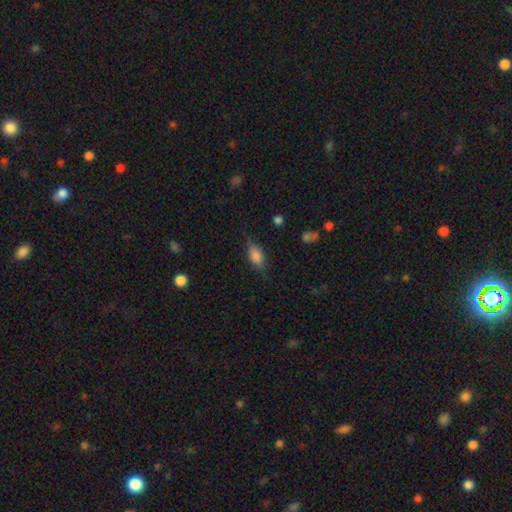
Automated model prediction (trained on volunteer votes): A smooth galaxy with no disk features (67%) that is in between round and cigar-shaped (78%).

Vote fractions:
- Smooth or featured? smooth: 67% / featured or disk: 24% / star or artifact: 9%
- How rounded? in between: 78% / cigar-shaped: 15% / round: 7%
- Merging? none: 68% / minor disturbance: 23% / major disturbance: 7% / merger: 2%